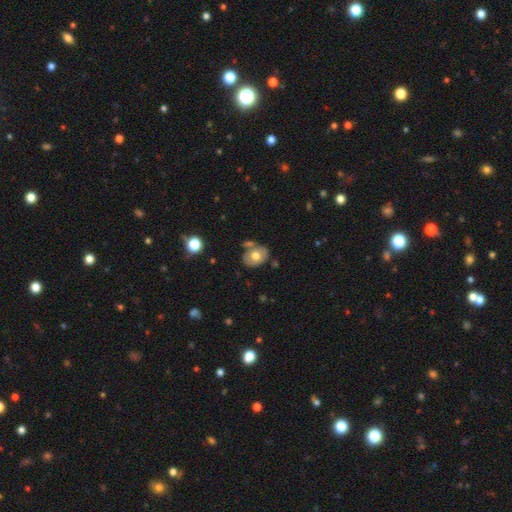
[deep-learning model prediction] smooth 64%, featured or disk 27%, star or artifact 8%. Down the decision tree: how rounded — round (51%); merging — none (63%).